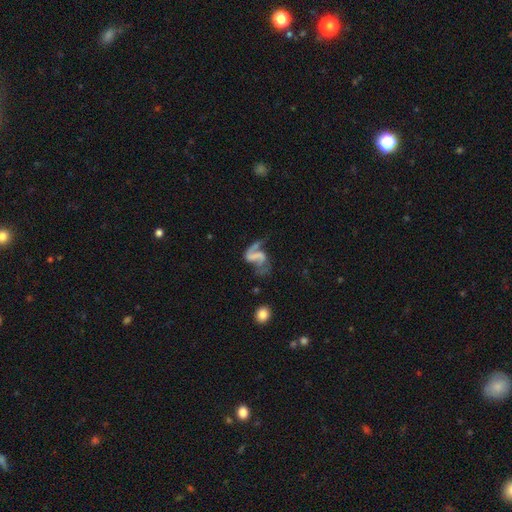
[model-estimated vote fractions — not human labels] smooth-or-featured: featured or disk: 76% | smooth: 14% | star or artifact: 10%
  disk-edge-on: no: 98% | yes: 2%
    bar: strong: 42% | weak: 32% | no: 26%
    has-spiral-arms: yes: 86% | no: 14%
      spiral-winding: loose: 68% | medium: 26% | tight: 7%
      spiral-arm-count: 2: 79% | 1: 15% | can't tell: 3% | 3: 1% | 4: 1% | more than 4: 1%
    bulge-size: none: 73% | small: 14% | moderate: 7% | large: 4% | dominant: 2%
  merging: none: 38% | major disturbance: 35% | minor disturbance: 18% | merger: 9%